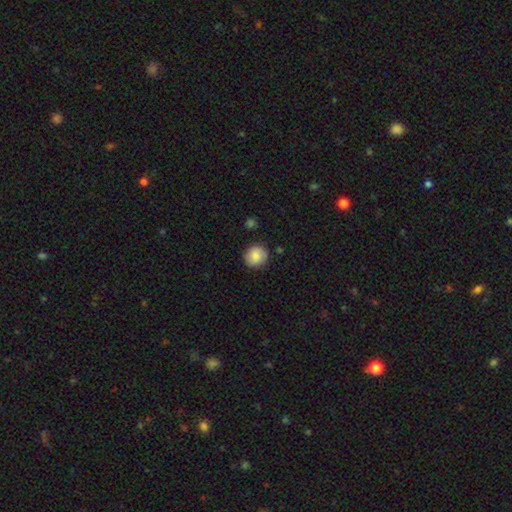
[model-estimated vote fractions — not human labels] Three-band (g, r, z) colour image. It shows a smooth galaxy with no disk features (83%) that is round (88%). Merging: none (86%).